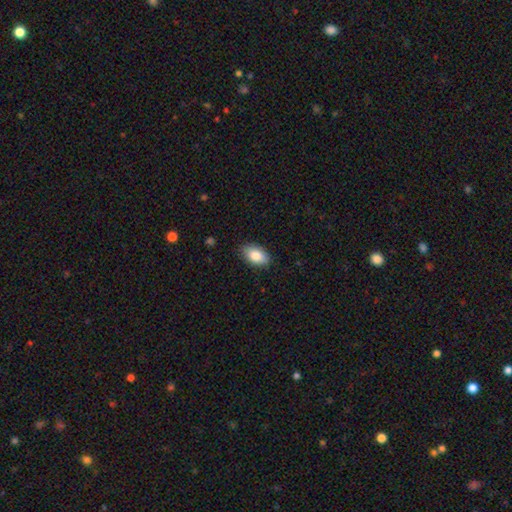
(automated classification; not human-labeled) A smooth galaxy with no disk features (83%) that is in between round and cigar-shaped (92%). Merging: none (87%).